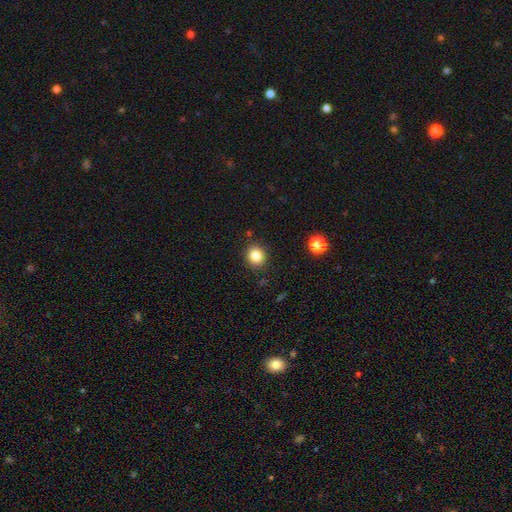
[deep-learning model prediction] This appears to be a smooth galaxy with no disk features (84%) that is round (83%). Merging: none (88%).